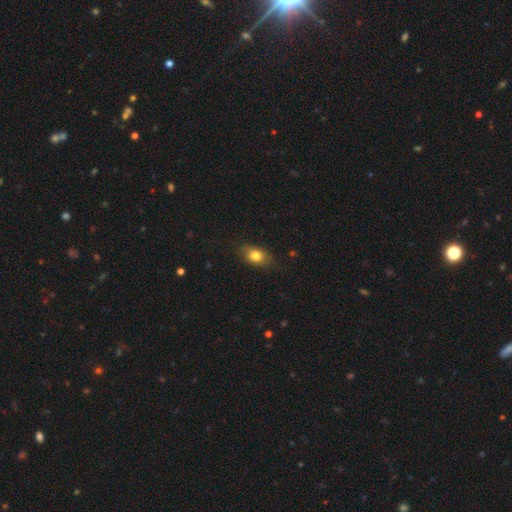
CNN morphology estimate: Smooth or featured? Predicted: smooth (p=0.80). How rounded? Predicted: in between (p=0.75). Merging? Predicted: none (p=0.81).